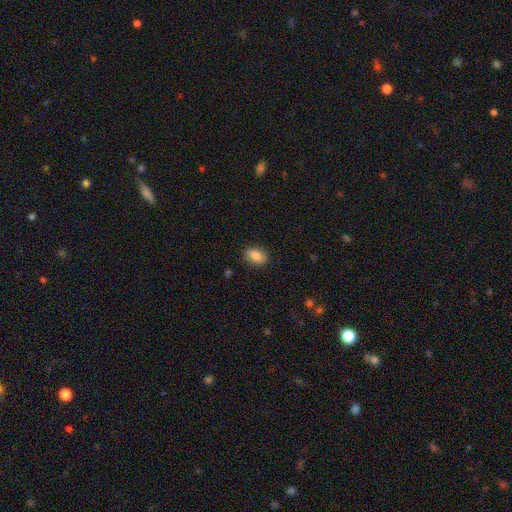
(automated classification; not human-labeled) Q: Smooth or featured?
A: smooth (86%); runner-up: star or artifact (8%)
Q: How rounded?
A: in between (85%); runner-up: round (13%)
Q: Merging?
A: none (87%); runner-up: minor disturbance (10%)